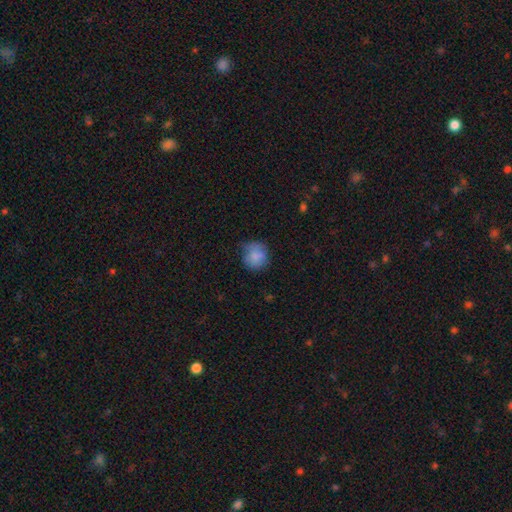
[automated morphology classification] Smooth or featured? smooth (80%)
How rounded? round (84%)
Merging? none (60%)